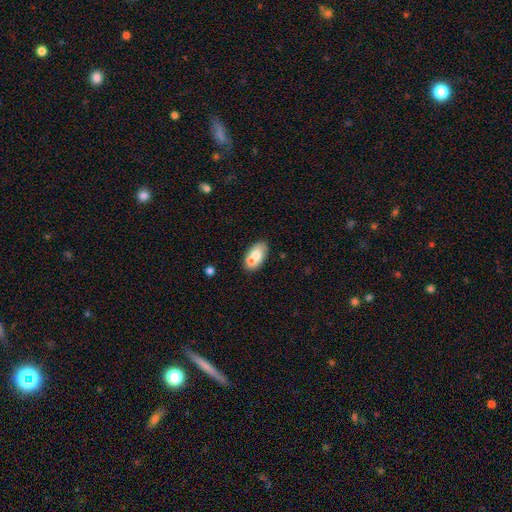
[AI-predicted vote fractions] Smooth or featured: smooth — 68% (featured or disk — 25%)
How rounded: in between — 90% (round — 7%)
Merging: none — 47% (merger — 37%)